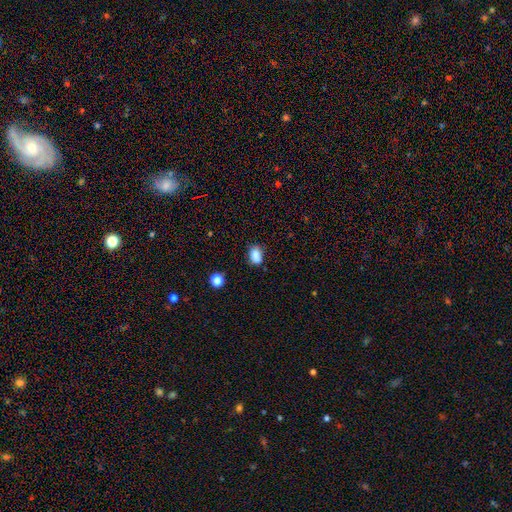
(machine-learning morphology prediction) Smooth or featured? Predicted: smooth (p=0.85). How rounded? Predicted: in between (p=0.78). Merging? Predicted: none (p=0.72).